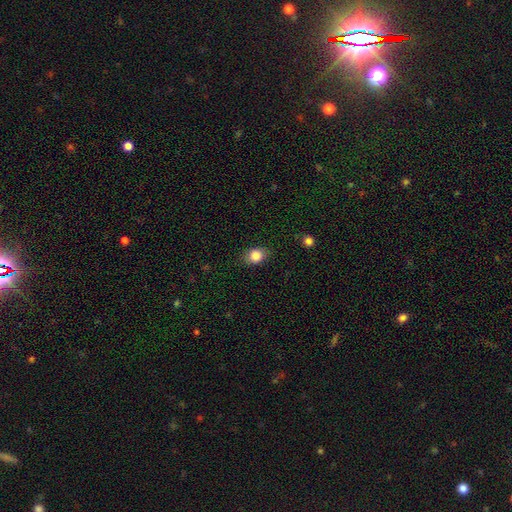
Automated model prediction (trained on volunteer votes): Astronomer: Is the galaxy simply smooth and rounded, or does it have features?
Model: smooth — 84%.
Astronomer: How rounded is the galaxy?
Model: in between — 51% (runner-up: round, 47%).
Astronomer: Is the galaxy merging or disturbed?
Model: none — 82%.